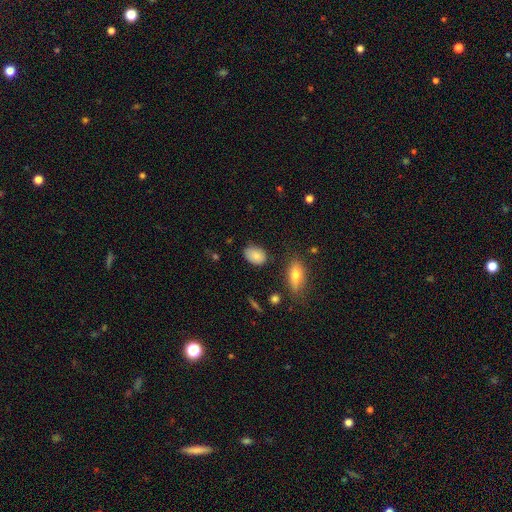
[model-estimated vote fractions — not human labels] Q: Smooth or featured?
A: smooth (81%); runner-up: featured or disk (10%)
Q: How rounded?
A: in between (82%); runner-up: round (16%)
Q: Merging?
A: none (74%); runner-up: minor disturbance (19%)